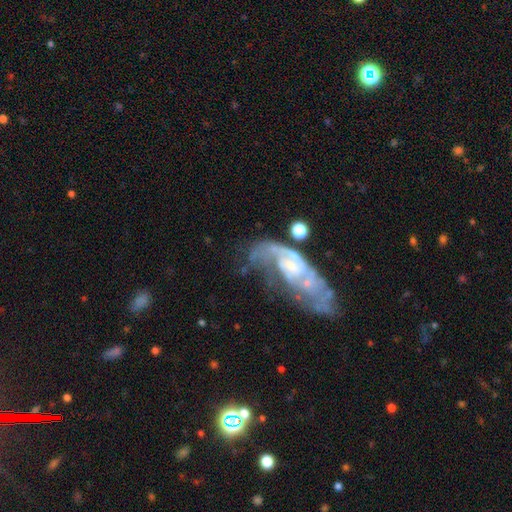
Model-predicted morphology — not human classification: Q: Smooth or featured?
A: featured or disk (75%); runner-up: smooth (16%)
Q: Edge-on disk?
A: no (92%); runner-up: yes (8%)
Q: Bar?
A: no (64%); runner-up: weak (28%)
Q: Spiral arms?
A: yes (74%); runner-up: no (26%)
Q: Spiral winding?
A: medium (38%); runner-up: loose (32%)
Q: Spiral arm count?
A: 2 (36%); runner-up: 1 (27%)
Q: Bulge size?
A: small (53%); runner-up: none (23%)
Q: Merging?
A: major disturbance (35%); runner-up: none (31%)